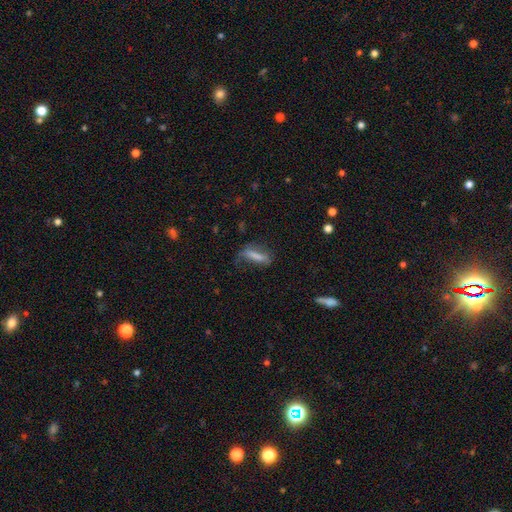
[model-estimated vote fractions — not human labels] Overall: smooth (68%). How rounded: cigar-shaped (64%; in between 33%). Merging: none (48%; minor disturbance 27%).